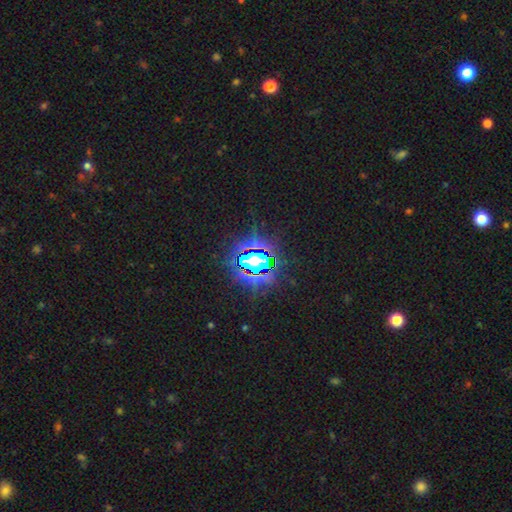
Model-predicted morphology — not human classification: Smooth or featured? star or artifact (80%)